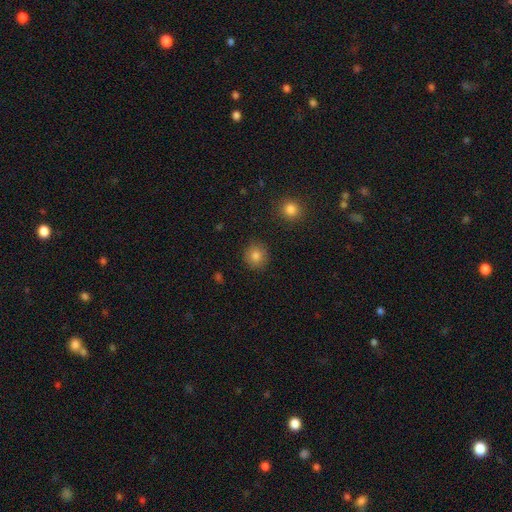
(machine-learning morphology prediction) smooth_or_featured: smooth (p=0.83) [alt: star or artifact p=0.10]
how_rounded: round (p=0.90) [alt: in between p=0.09]
merging: none (p=0.89) [alt: minor disturbance p=0.07]